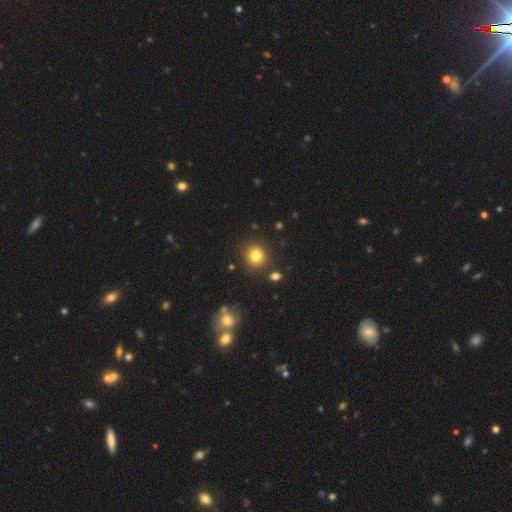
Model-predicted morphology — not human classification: Overall: smooth (82%). How rounded: round (88%). Merging: none (88%).